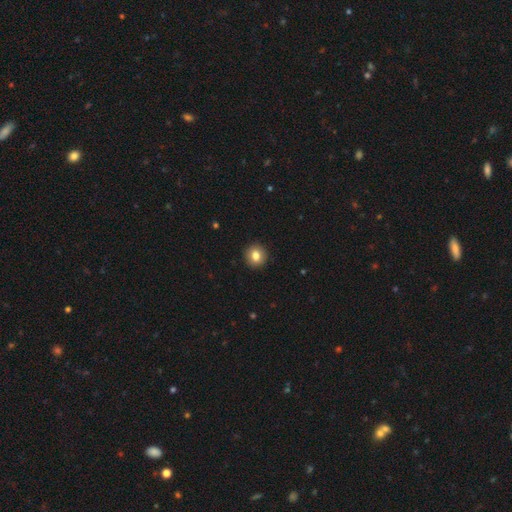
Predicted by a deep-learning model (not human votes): smooth_or_featured: smooth (p=0.83) [alt: star or artifact p=0.10]
how_rounded: round (p=0.88) [alt: in between p=0.11]
merging: none (p=0.92) [alt: minor disturbance p=0.05]